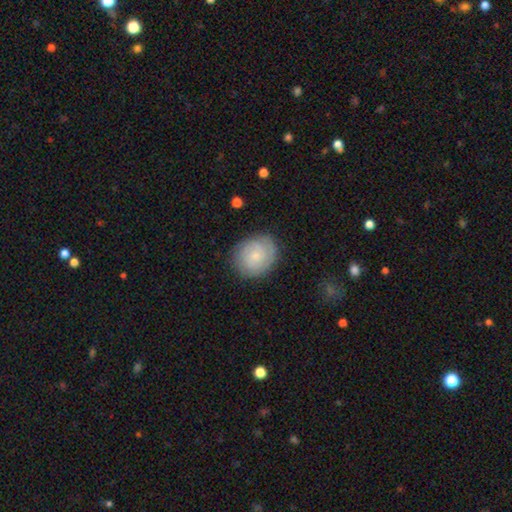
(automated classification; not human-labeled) Smooth or featured: smooth — 47% (featured or disk — 45%)
Merging: none — 81% (minor disturbance — 14%)